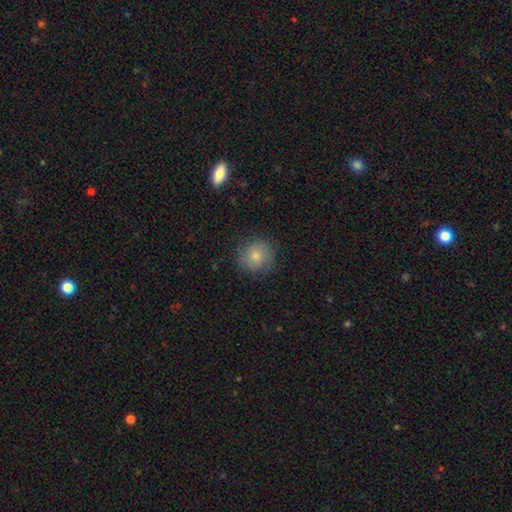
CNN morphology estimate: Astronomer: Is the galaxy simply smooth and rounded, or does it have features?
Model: smooth — 70%.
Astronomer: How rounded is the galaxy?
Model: round — 89%.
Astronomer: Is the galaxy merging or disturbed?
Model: none — 80%.